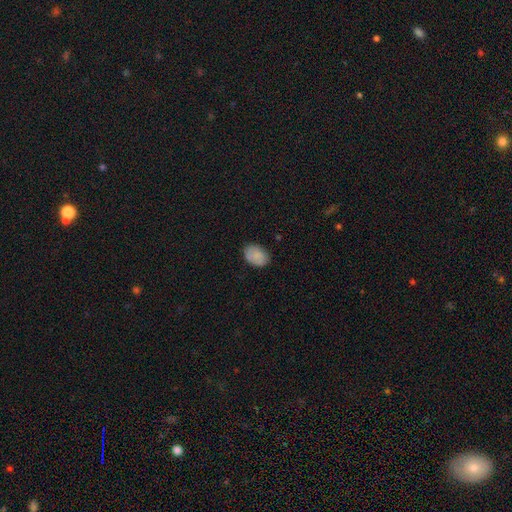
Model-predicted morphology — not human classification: This is clearly a smooth galaxy (86%). How rounded: clearly in between (80%). Merging: clearly none (84%).